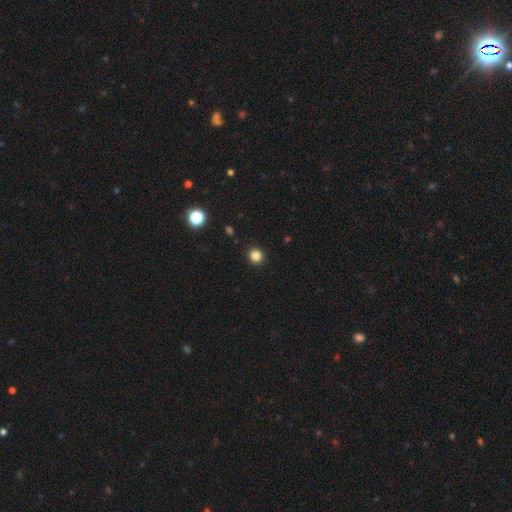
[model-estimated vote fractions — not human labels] The model was most divided on "smooth or featured": smooth: 84%, star or artifact: 12%, featured or disk: 4%. More confident: merging — none (92%); how rounded — round (92%).